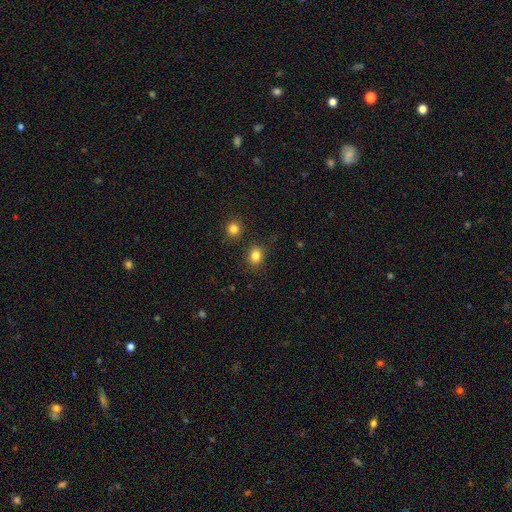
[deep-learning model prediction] A smooth galaxy with no disk features (83%) that is round (65%).

Vote fractions:
- Smooth or featured? smooth: 83% / star or artifact: 12% / featured or disk: 5%
- How rounded? round: 65% / in between: 34% / cigar-shaped: 1%
- Merging? none: 83% / minor disturbance: 10% / merger: 4% / major disturbance: 3%